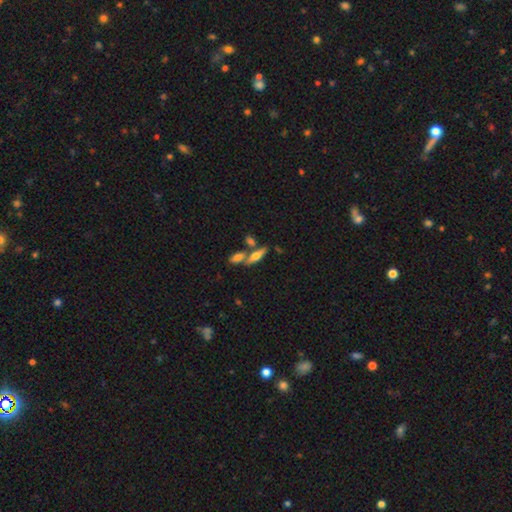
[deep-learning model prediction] Q: Smooth or featured?
A: smooth (46%); tied with: featured or disk (46%)
Q: Merging?
A: none (57%); runner-up: merger (28%)